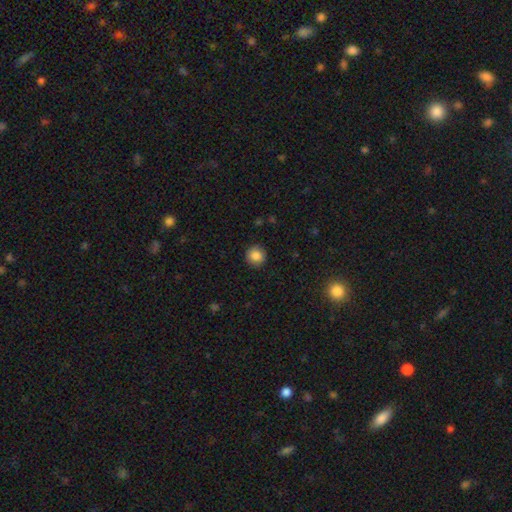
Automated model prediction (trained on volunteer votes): smooth_or_featured: smooth (p=0.86) [alt: star or artifact p=0.09]
how_rounded: round (p=0.93) [alt: in between p=0.06]
merging: none (p=0.90) [alt: minor disturbance p=0.07]